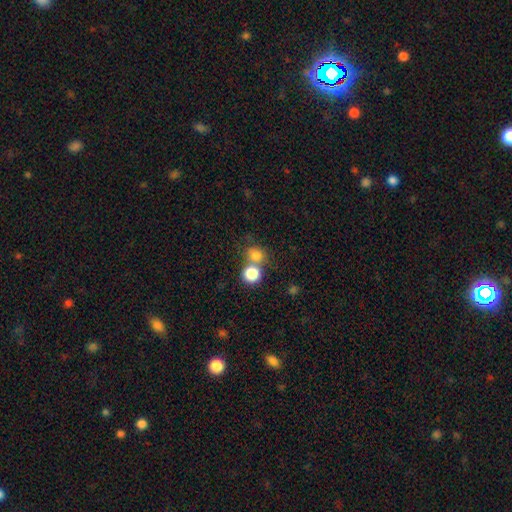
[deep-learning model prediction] Smooth or featured? smooth (80%)
How rounded? round (73%)
Merging? none (45%)